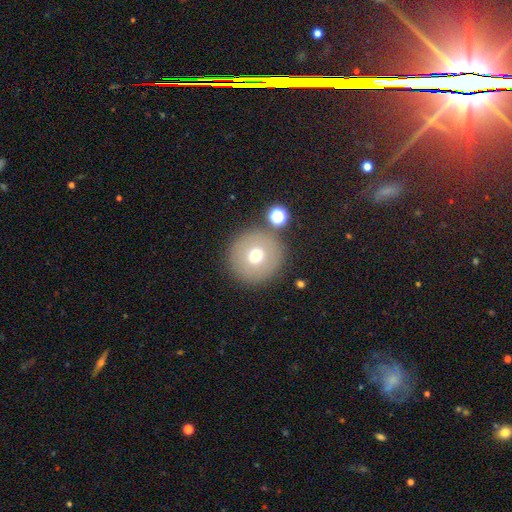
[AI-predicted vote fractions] A smooth galaxy with no disk features (68%) that is round (96%).

Vote fractions:
- Smooth or featured? smooth: 68% / featured or disk: 19% / star or artifact: 13%
- How rounded? round: 96% / in between: 3% / cigar-shaped: 1%
- Merging? none: 84% / minor disturbance: 7% / merger: 5% / major disturbance: 3%